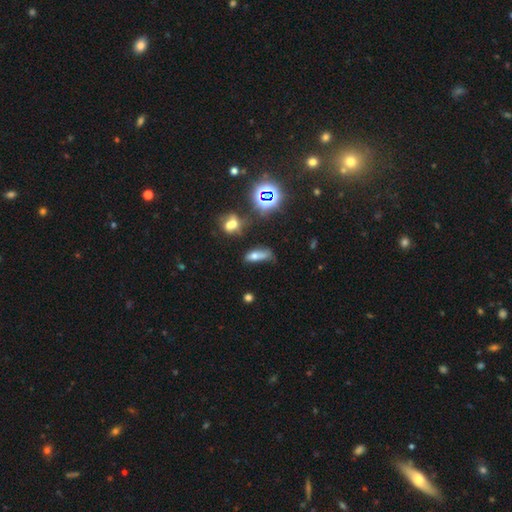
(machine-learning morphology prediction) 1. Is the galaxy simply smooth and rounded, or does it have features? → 59% smooth, 23% star or artifact, 18% featured or disk.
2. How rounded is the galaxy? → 60% in between, 33% cigar-shaped, 7% round.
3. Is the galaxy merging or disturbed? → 37% none, 27% minor disturbance, 19% major disturbance, 17% merger.